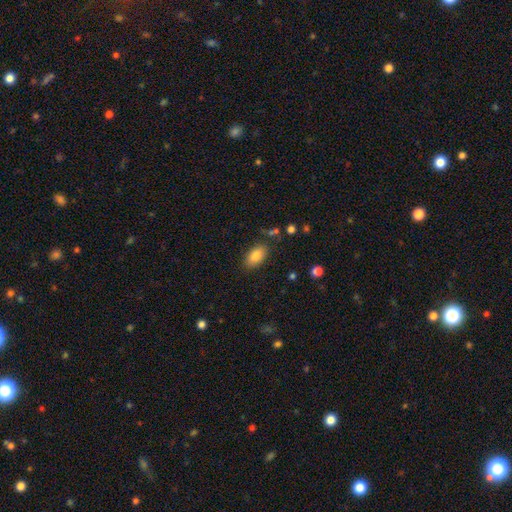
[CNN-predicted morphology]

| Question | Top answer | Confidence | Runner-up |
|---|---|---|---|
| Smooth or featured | smooth | 84% | featured or disk (8%) |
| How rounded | in between | 91% | round (6%) |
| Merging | none | 83% | minor disturbance (12%) |